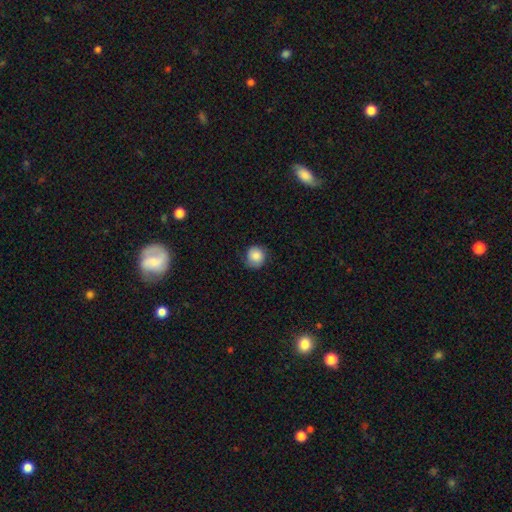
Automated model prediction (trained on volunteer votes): Smooth or featured? Predicted: smooth (p=0.81). How rounded? Predicted: round (p=0.88). Merging? Predicted: none (p=0.75).